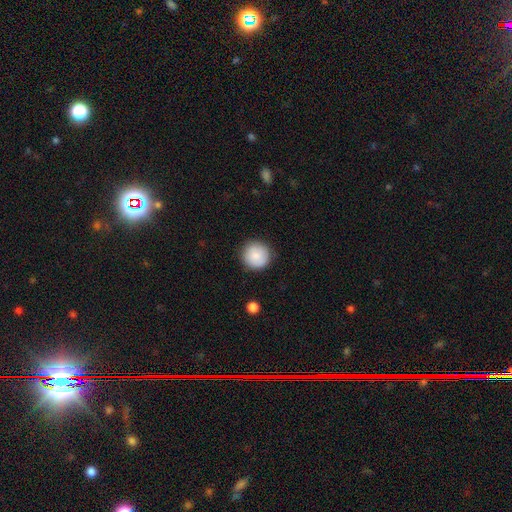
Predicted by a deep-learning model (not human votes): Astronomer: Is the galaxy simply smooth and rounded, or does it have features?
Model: smooth — 85%.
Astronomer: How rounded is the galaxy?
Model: round — 95%.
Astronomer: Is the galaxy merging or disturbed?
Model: none — 88%.